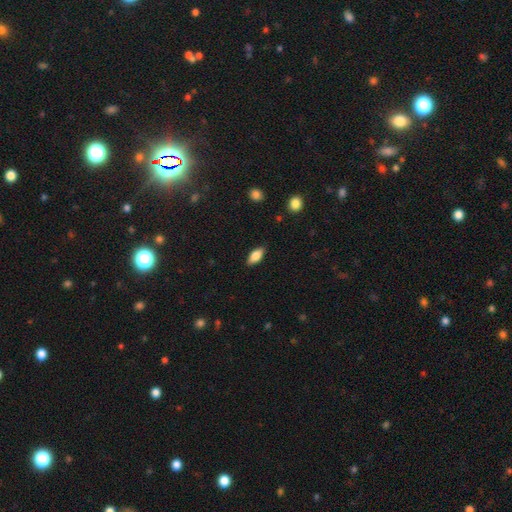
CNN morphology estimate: This is likely a smooth galaxy (78%). How rounded: clearly in between (84%). Merging: clearly none (87%).